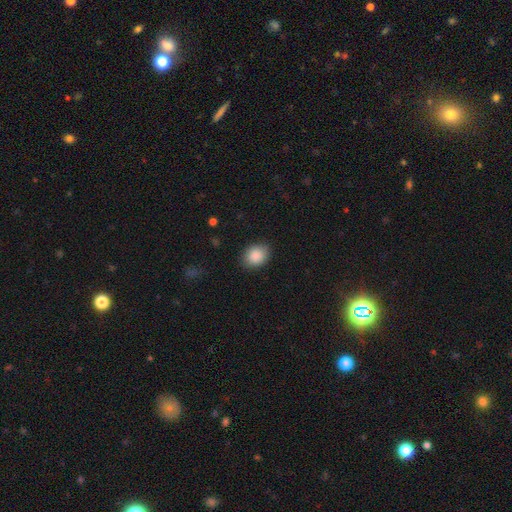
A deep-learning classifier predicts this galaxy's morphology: type=smooth (89%); roundness=in between (51%); merging=none (85%).